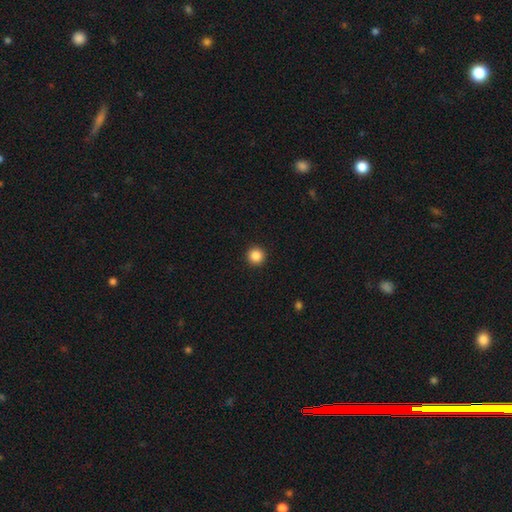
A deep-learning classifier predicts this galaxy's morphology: A smooth galaxy with no disk features (87%) that is round (96%). Merging: none (94%).